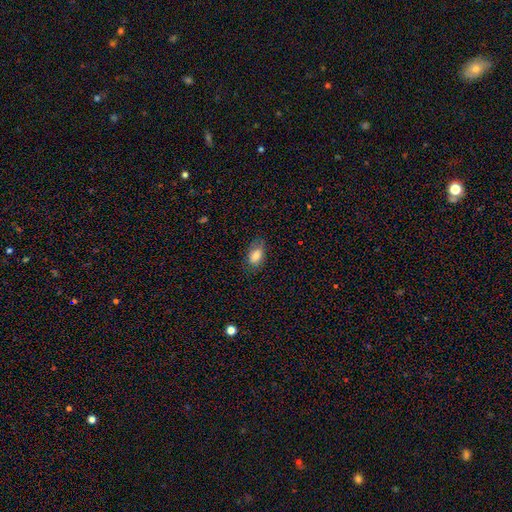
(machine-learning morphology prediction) smooth 78%, featured or disk 14%, star or artifact 8%. Down the decision tree: how rounded — in between (91%); merging — none (73%).